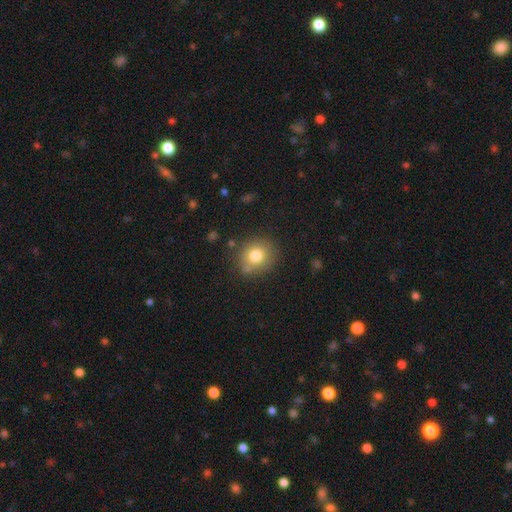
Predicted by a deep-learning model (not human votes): A smooth galaxy with no disk features (78%) that is round (83%). Merging: none (79%).